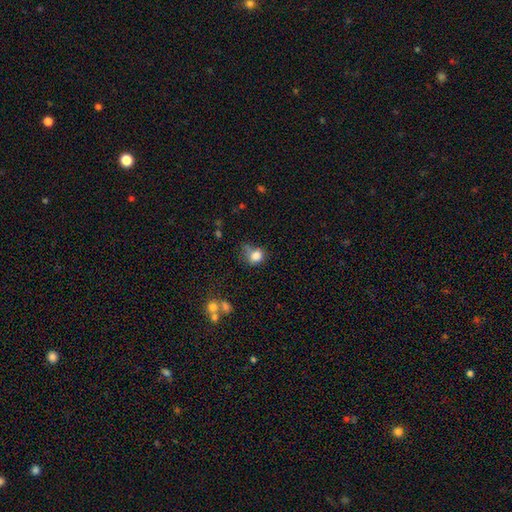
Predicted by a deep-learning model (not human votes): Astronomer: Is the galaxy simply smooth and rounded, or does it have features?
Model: smooth — 81%.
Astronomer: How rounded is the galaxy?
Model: round — 61% (runner-up: in between, 38%).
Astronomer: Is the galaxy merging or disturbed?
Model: none — 42% (runner-up: minor disturbance, 32%).